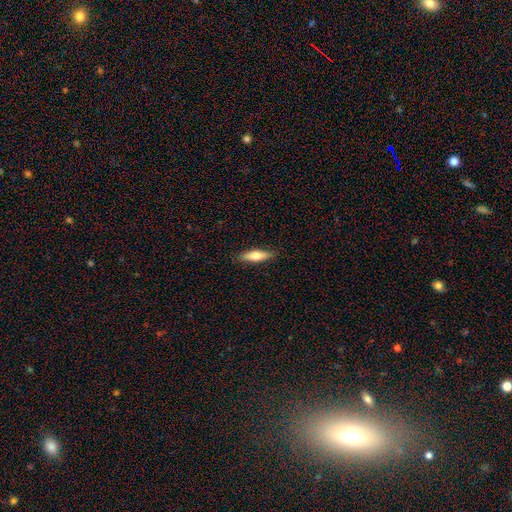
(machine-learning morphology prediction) type=smooth (68%); roundness=cigar-shaped (57%); merging=none (87%).